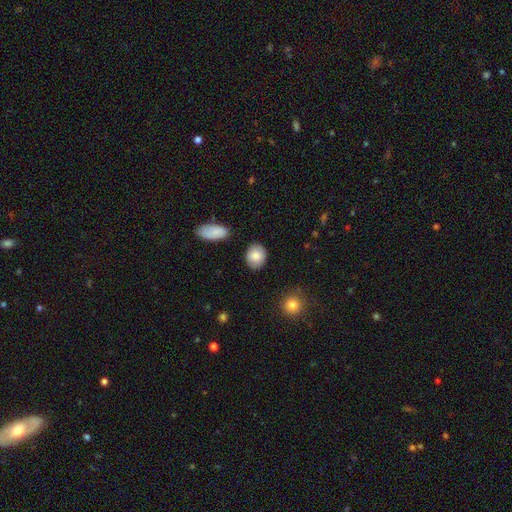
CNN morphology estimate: smooth 84%, featured or disk 9%, star or artifact 7%. Down the decision tree: how rounded — round (53%); merging — none (86%).